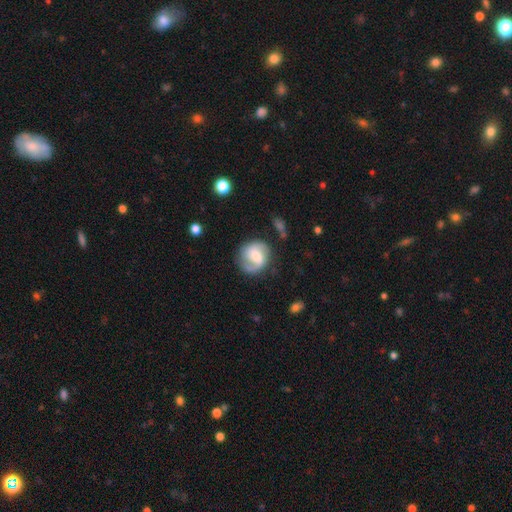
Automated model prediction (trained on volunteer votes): A featured or disk galaxy (74%) with a weak bar (49%), 2 (78%) medium (47%) spiral arms (93%) and a moderate central bulge (50%). Merging: none (74%).